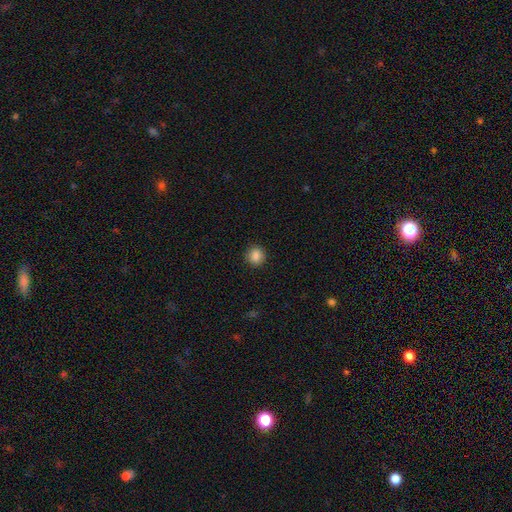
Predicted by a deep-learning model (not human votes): This is clearly a smooth galaxy (87%). How rounded: clearly round (86%). Merging: clearly none (91%).